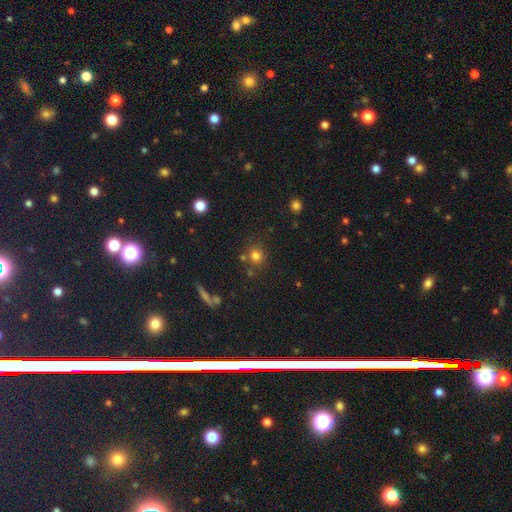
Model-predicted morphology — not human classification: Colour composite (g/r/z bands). It shows a smooth galaxy with no disk features (76%) that is round (89%). Merging: none (76%).